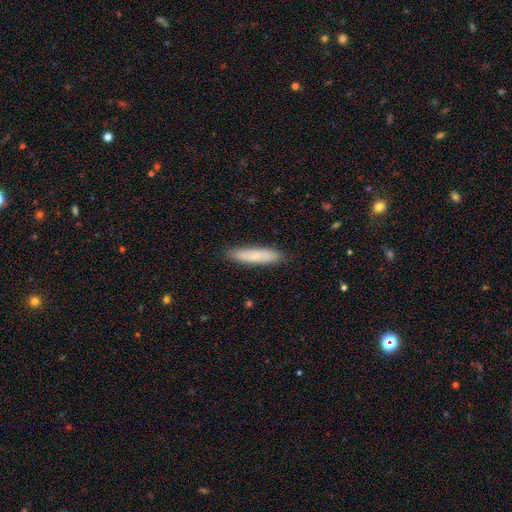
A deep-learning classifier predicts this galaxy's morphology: A smooth galaxy with no disk features (74%) that is cigar-shaped (80%). Merging: none (88%).